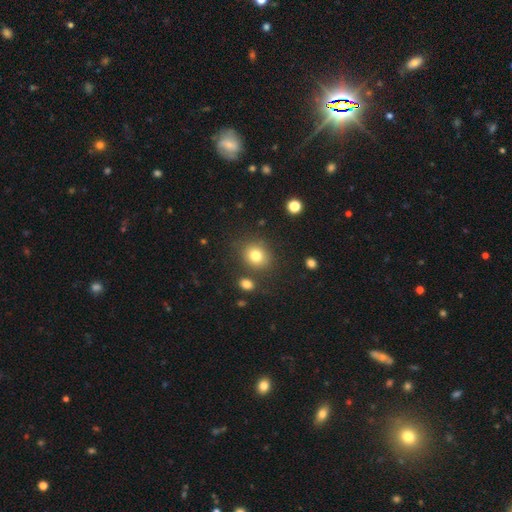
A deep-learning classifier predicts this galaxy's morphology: smooth 79%, star or artifact 12%, featured or disk 9%. Down the decision tree: how rounded — round (73%); merging — none (79%).